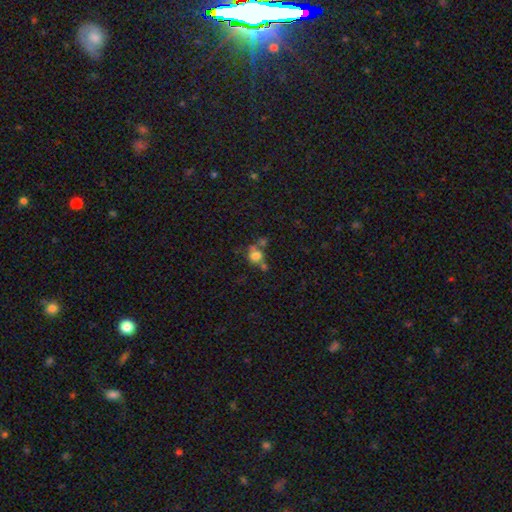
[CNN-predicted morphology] Smooth or featured? smooth (68%)
How rounded? round (66%)
Merging? merger (39%)